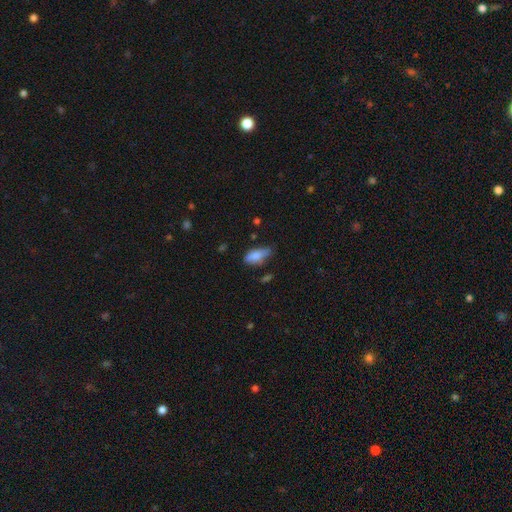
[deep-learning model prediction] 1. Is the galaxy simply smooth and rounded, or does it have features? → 79% smooth, 14% featured or disk, 8% star or artifact.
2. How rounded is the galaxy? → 81% in between, 16% cigar-shaped, 3% round.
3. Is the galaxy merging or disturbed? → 49% none, 37% minor disturbance, 10% major disturbance, 4% merger.